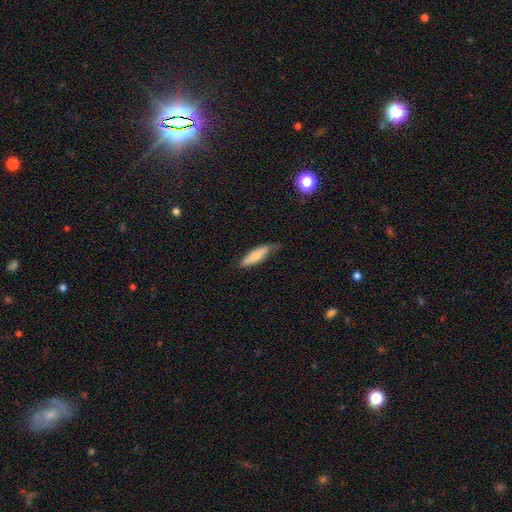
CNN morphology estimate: smooth-or-featured: smooth: 75% | featured or disk: 19% | star or artifact: 6%
  how-rounded: cigar-shaped: 56% | in between: 42% | round: 2%
  merging: none: 60% | minor disturbance: 32% | major disturbance: 6% | merger: 2%